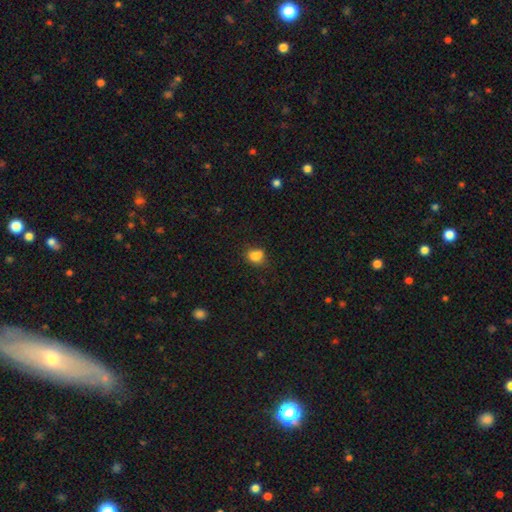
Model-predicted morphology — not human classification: A smooth galaxy with no disk features (83%) that is in between round and cigar-shaped (56%). Merging: none (62%).